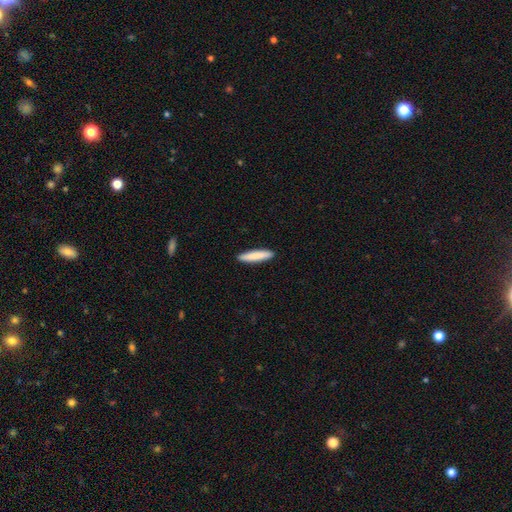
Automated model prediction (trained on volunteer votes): Q: Smooth or featured?
A: smooth (85%); runner-up: featured or disk (10%)
Q: How rounded?
A: cigar-shaped (89%); runner-up: in between (10%)
Q: Merging?
A: none (92%); runner-up: minor disturbance (6%)